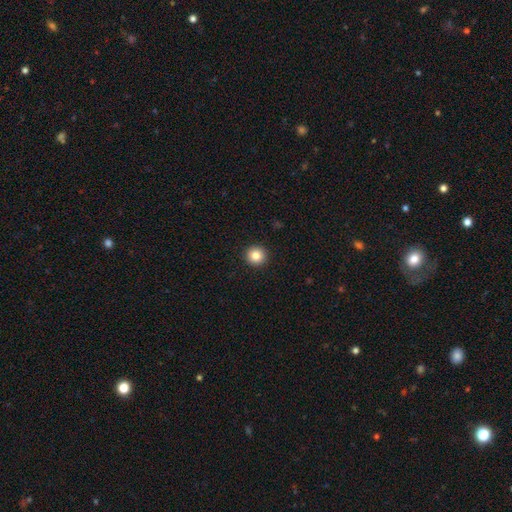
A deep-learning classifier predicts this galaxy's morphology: A smooth galaxy with no disk features (85%) that is round (95%).

Vote fractions:
- Smooth or featured? smooth: 85% / star or artifact: 10% / featured or disk: 5%
- How rounded? round: 95% / in between: 4% / cigar-shaped: 1%
- Merging? none: 93% / minor disturbance: 4% / major disturbance: 2% / merger: 1%